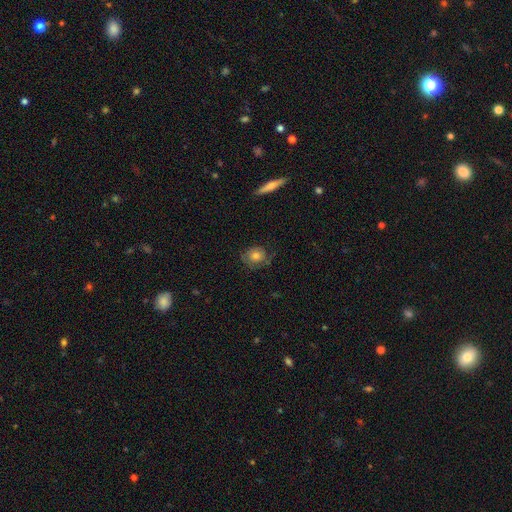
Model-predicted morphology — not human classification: A smooth galaxy with no disk features (57%) that is round (74%).

Vote fractions:
- Smooth or featured? smooth: 57% / featured or disk: 34% / star or artifact: 9%
- How rounded? round: 74% / in between: 24% / cigar-shaped: 2%
- Merging? none: 65% / minor disturbance: 22% / major disturbance: 11% / merger: 2%